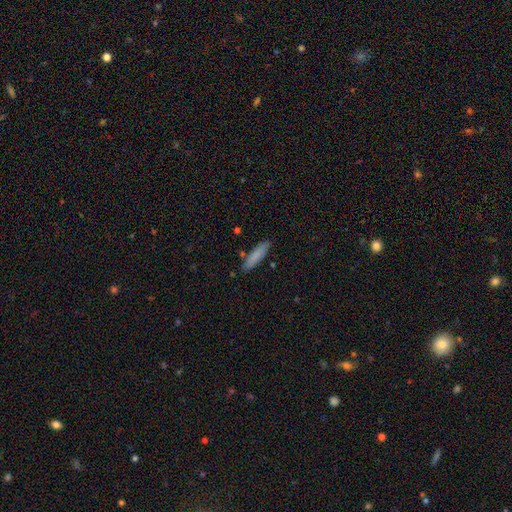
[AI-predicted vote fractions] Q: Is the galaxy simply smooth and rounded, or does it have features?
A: smooth — 82%.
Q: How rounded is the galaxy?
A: cigar-shaped — 79%.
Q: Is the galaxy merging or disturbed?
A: none — 85%.